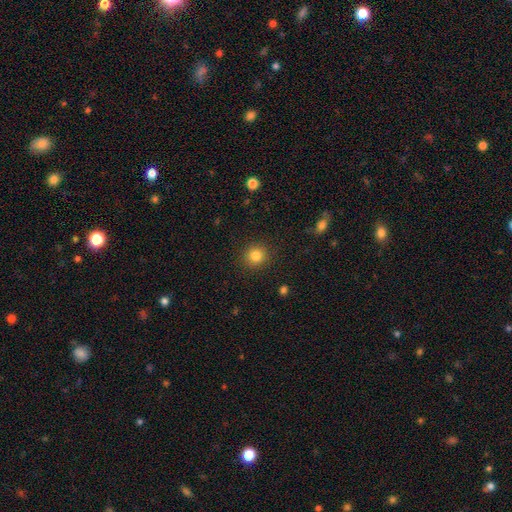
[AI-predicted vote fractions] This is clearly a smooth galaxy (83%). How rounded: clearly round (91%). Merging: clearly none (90%).